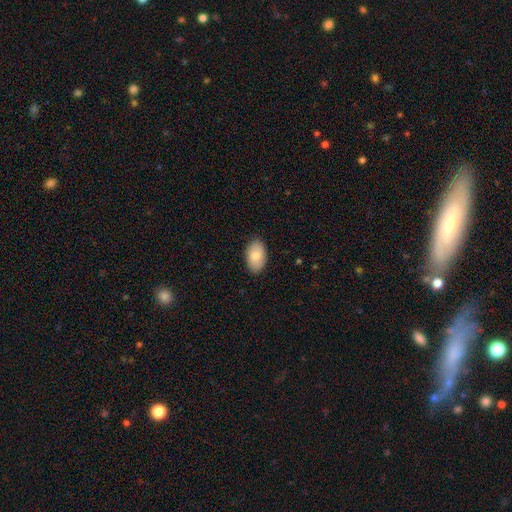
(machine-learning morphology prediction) smooth_or_featured: smooth (p=0.83) [alt: featured or disk p=0.11]
how_rounded: in between (p=0.93) [alt: round p=0.05]
merging: none (p=0.87) [alt: minor disturbance p=0.10]